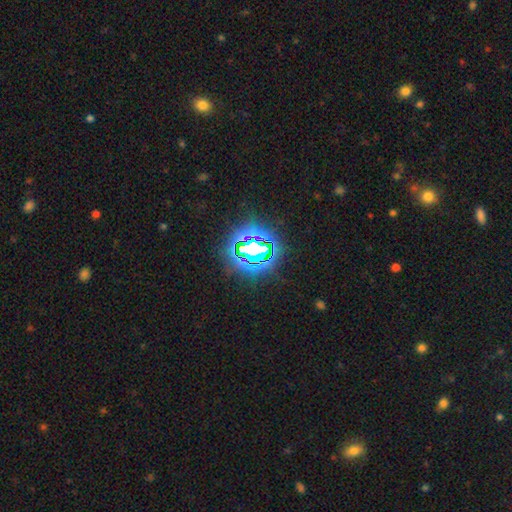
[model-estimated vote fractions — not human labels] Smooth or featured: star or artifact — 76% (smooth — 13%)